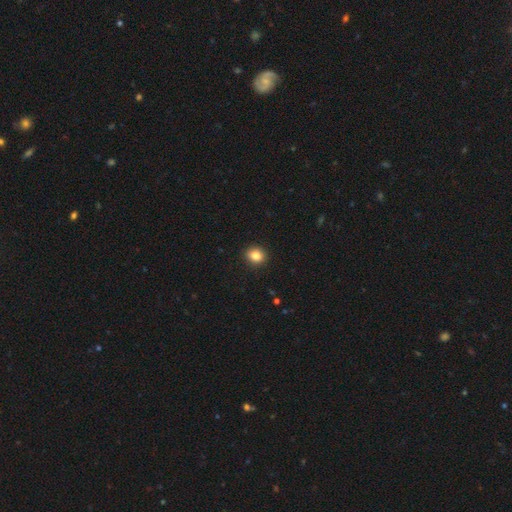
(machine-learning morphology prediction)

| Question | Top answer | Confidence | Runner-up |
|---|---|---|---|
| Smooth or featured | smooth | 84% | star or artifact (10%) |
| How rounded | round | 68% | in between (31%) |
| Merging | none | 91% | minor disturbance (6%) |